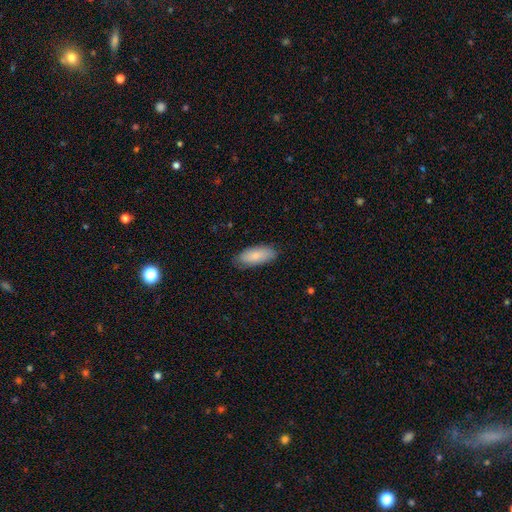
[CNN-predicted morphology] A smooth galaxy with no disk features (83%) that is in between round and cigar-shaped (82%). Merging: none (81%).